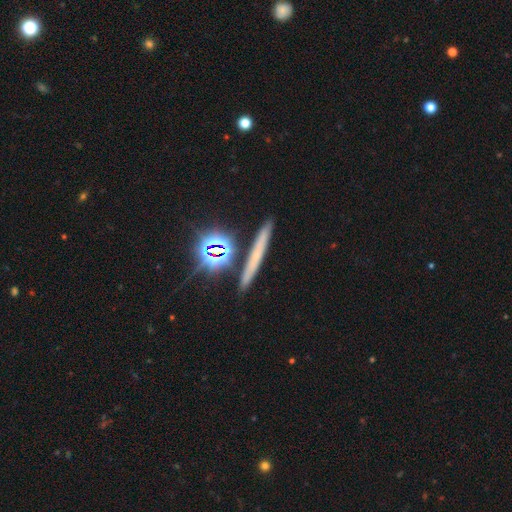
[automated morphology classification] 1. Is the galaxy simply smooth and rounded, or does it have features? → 41% smooth, 34% star or artifact, 25% featured or disk.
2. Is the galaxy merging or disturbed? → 84% none, 8% minor disturbance, 5% merger, 3% major disturbance.